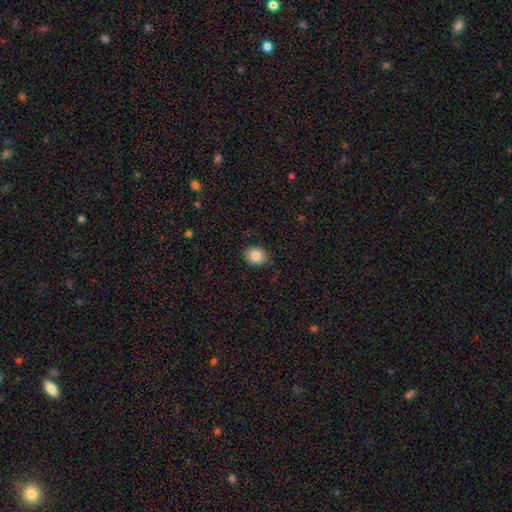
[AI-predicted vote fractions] Smooth or featured? Predicted: smooth (p=0.84). How rounded? Predicted: round (p=0.51). Merging? Predicted: none (p=0.86).